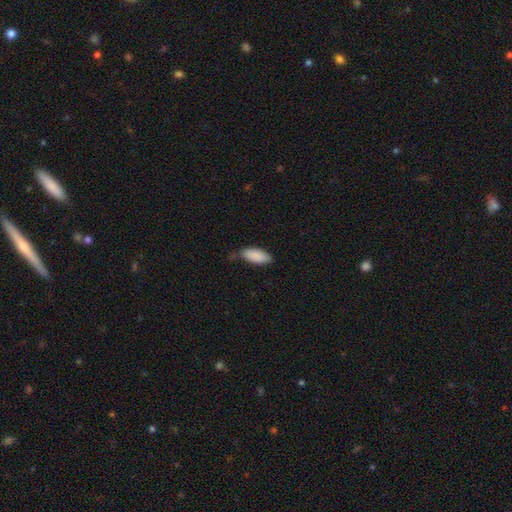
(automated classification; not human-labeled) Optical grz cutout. It shows a smooth galaxy with no disk features (89%) that is in between round and cigar-shaped (89%). Merging: none (63%).